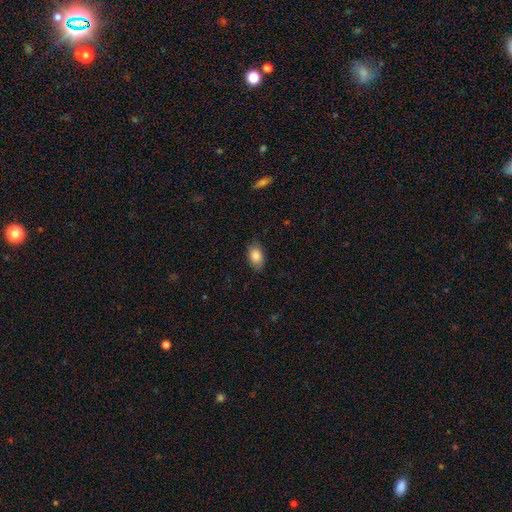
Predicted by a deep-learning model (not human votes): Overall: smooth (86%). How rounded: in between (89%). Merging: none (82%).